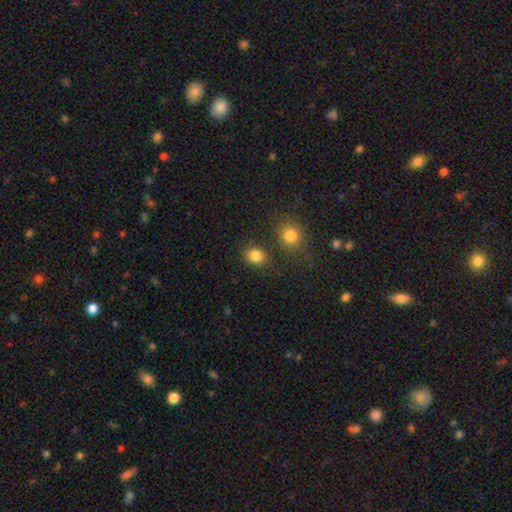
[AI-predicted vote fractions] A smooth galaxy with no disk features (83%) that is round (64%).

Vote fractions:
- Smooth or featured? smooth: 83% / star or artifact: 12% / featured or disk: 5%
- How rounded? round: 64% / in between: 35% / cigar-shaped: 1%
- Merging? none: 75% / minor disturbance: 11% / merger: 10% / major disturbance: 4%